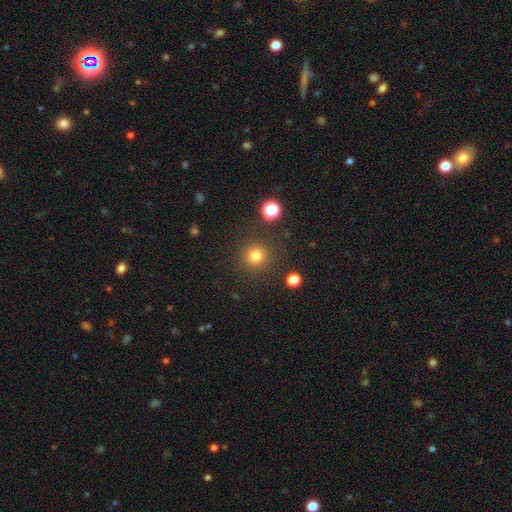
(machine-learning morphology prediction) smooth_or_featured: smooth (p=0.81) [alt: star or artifact p=0.14]
how_rounded: round (p=0.94) [alt: in between p=0.05]
merging: none (p=0.87) [alt: minor disturbance p=0.07]